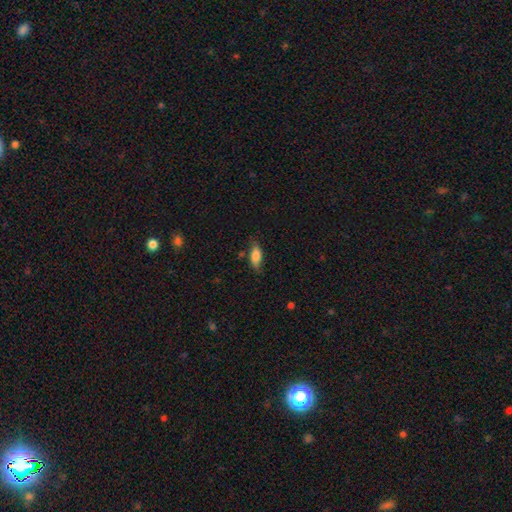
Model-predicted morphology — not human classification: Q: Smooth or featured?
A: smooth (81%); runner-up: featured or disk (12%)
Q: How rounded?
A: in between (80%); runner-up: cigar-shaped (17%)
Q: Merging?
A: none (69%); runner-up: minor disturbance (24%)